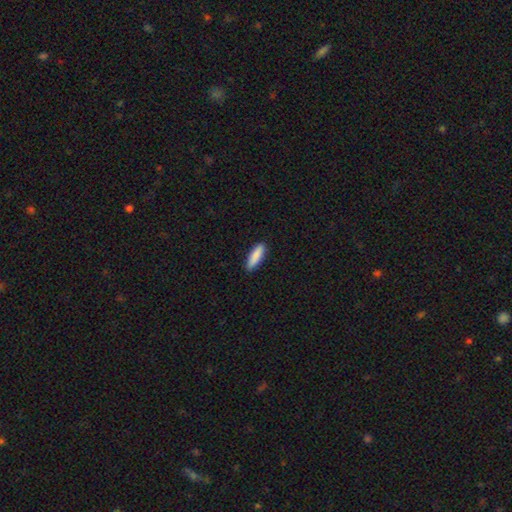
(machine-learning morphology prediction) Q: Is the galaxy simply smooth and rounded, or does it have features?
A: smooth — 88%.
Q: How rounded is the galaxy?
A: cigar-shaped — 58%.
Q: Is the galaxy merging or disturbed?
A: none — 89%.